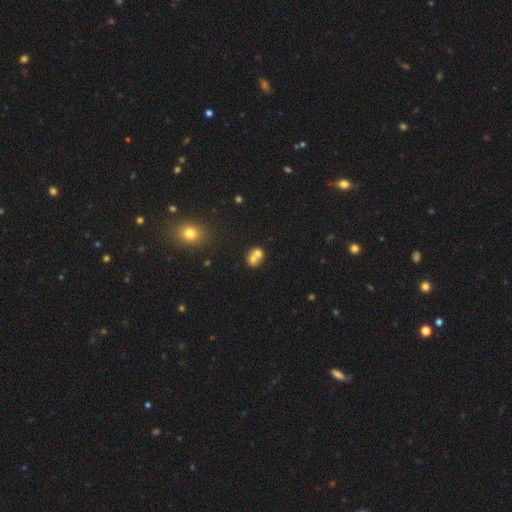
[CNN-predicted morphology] type=smooth (67%); roundness=round (61%); merging=merger (63%).